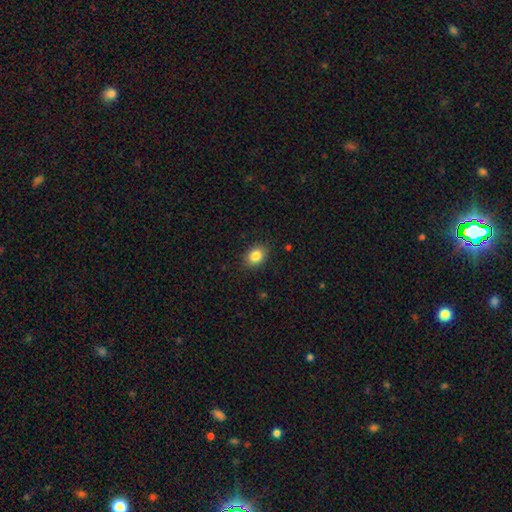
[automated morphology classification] Smooth or featured: smooth — 85% (star or artifact — 9%)
How rounded: in between — 67% (round — 32%)
Merging: none — 87% (minor disturbance — 10%)